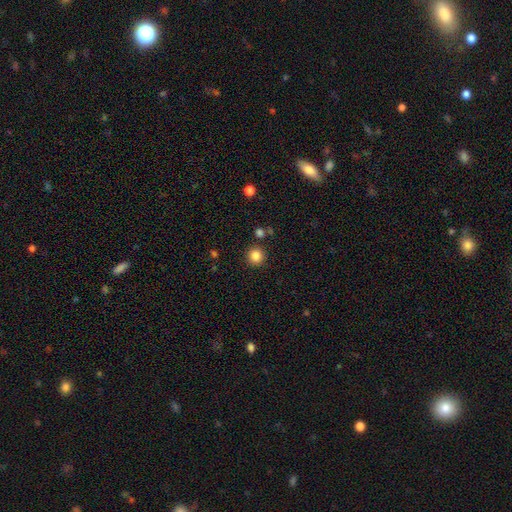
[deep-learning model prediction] Smooth or featured? Predicted: smooth (p=0.85). How rounded? Predicted: round (p=0.94). Merging? Predicted: none (p=0.89).